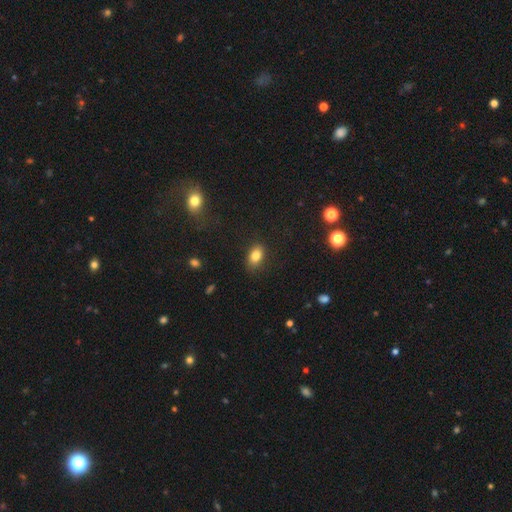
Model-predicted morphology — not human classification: Overall: smooth (82%). How rounded: in between (82%). Merging: none (84%).